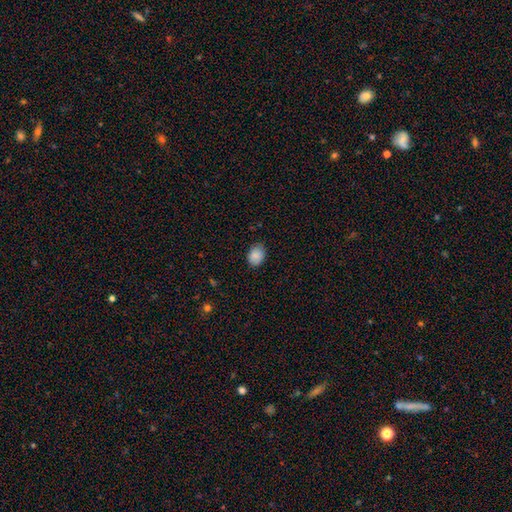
smooth-or-featured: smooth: 92% | featured or disk: 5% | star or artifact: 3%
  how-rounded: round: 51% | in between: 49% | cigar-shaped: 0%
  merging: none: 62% | minor disturbance: 27% | major disturbance: 5% | merger: 5%